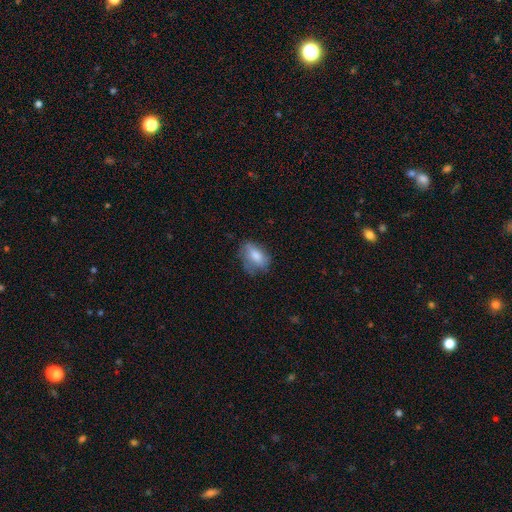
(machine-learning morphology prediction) This appears to be a smooth galaxy with no disk features (71%) that is in between round and cigar-shaped (83%). Merging: none (56%).